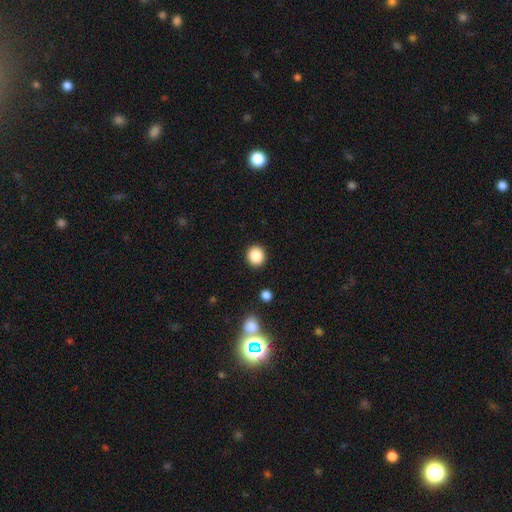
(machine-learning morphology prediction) Smooth or featured: smooth — 87% (star or artifact — 10%)
How rounded: round — 86% (in between — 13%)
Merging: none — 91% (minor disturbance — 6%)